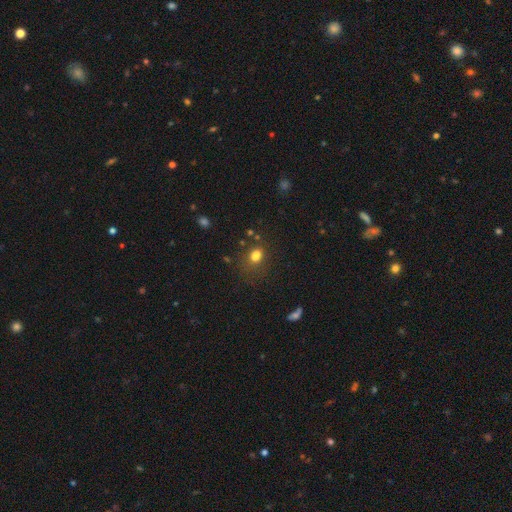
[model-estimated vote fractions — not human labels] smooth 77%, star or artifact 15%, featured or disk 8%. Down the decision tree: how rounded — in between (55%); merging — none (65%).